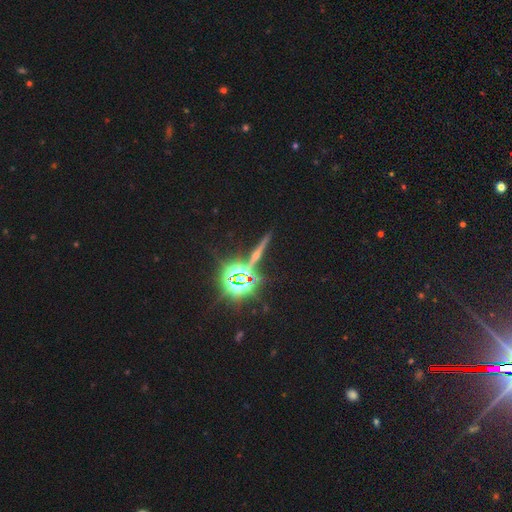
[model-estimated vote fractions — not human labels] Q: Smooth or featured?
A: star or artifact (51%); runner-up: featured or disk (35%)